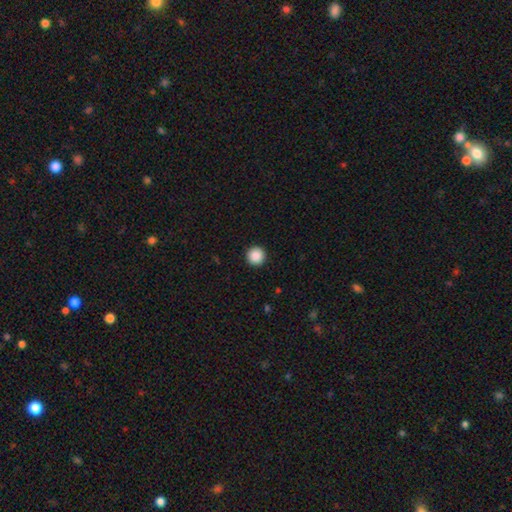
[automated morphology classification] A smooth galaxy with no disk features (89%) that is round (97%). Merging: none (94%).